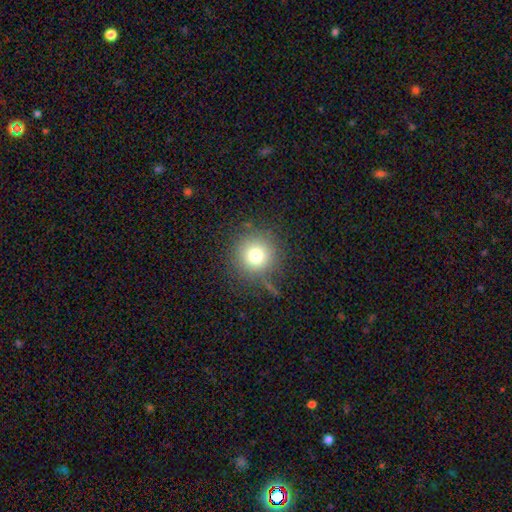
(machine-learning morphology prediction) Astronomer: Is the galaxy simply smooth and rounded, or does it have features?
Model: smooth — 75%.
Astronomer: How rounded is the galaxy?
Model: round — 94%.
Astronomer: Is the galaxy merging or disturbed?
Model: none — 82%.